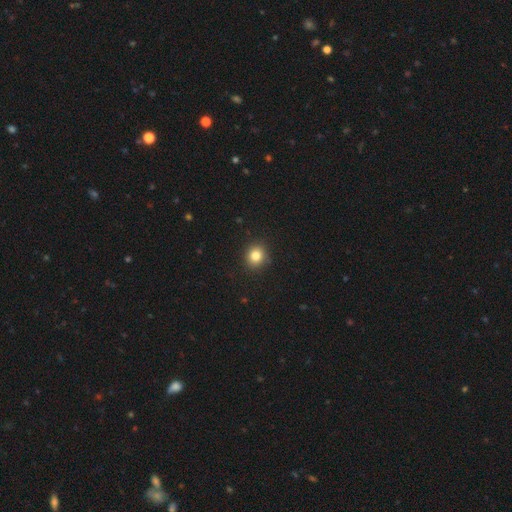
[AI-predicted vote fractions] Smooth or featured: smooth — 82% (star or artifact — 12%)
How rounded: round — 82% (in between — 17%)
Merging: none — 91% (minor disturbance — 6%)